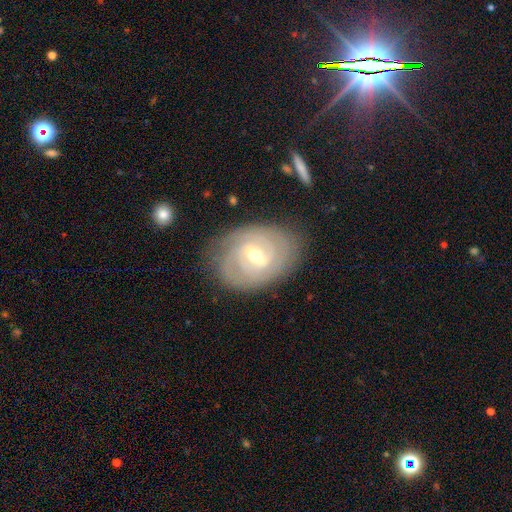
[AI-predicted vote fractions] Q: Smooth or featured?
A: featured or disk (83%); runner-up: smooth (12%)
Q: Edge-on disk?
A: no (96%); runner-up: yes (4%)
Q: Bar?
A: weak (55%); runner-up: strong (29%)
Q: Spiral arms?
A: yes (91%); runner-up: no (9%)
Q: Spiral winding?
A: tight (70%); runner-up: medium (24%)
Q: Spiral arm count?
A: 2 (36%); runner-up: can't tell (32%)
Q: Bulge size?
A: moderate (56%); runner-up: small (41%)
Q: Merging?
A: none (78%); runner-up: minor disturbance (15%)